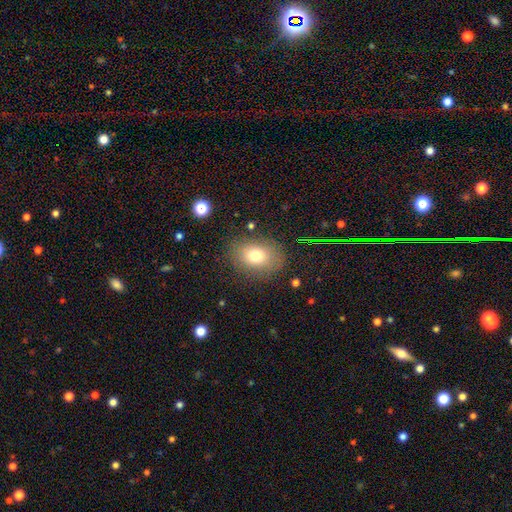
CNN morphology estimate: Smooth or featured? smooth (75%)
How rounded? in between (66%)
Merging? none (81%)